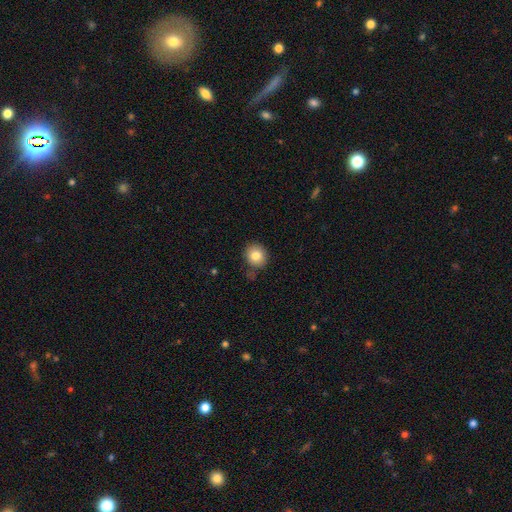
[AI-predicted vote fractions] This is clearly a smooth galaxy (82%). How rounded: likely round (78%). Merging: likely none (80%).